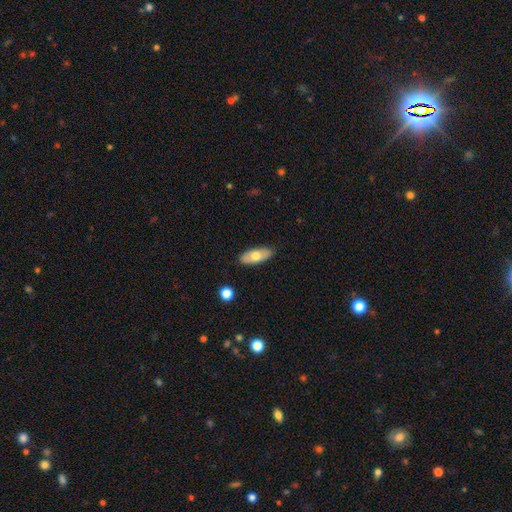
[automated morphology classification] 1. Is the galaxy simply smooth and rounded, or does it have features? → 65% smooth, 29% featured or disk, 6% star or artifact.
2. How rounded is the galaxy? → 78% in between, 19% cigar-shaped, 3% round.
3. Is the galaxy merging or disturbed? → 87% none, 10% minor disturbance, 2% major disturbance, 1% merger.